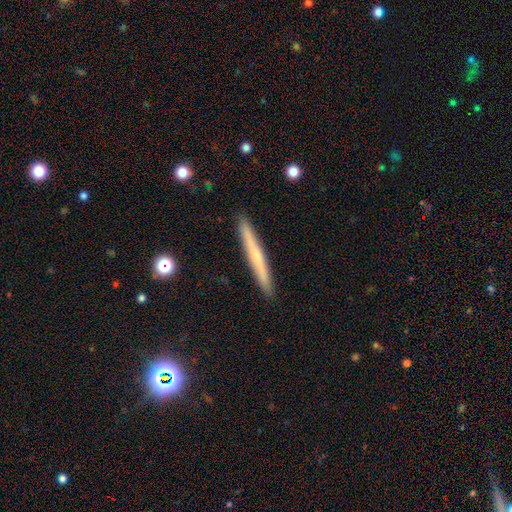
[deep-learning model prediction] Q: Smooth or featured?
A: featured or disk (48%); runner-up: smooth (45%)
Q: Merging?
A: none (92%); runner-up: minor disturbance (6%)